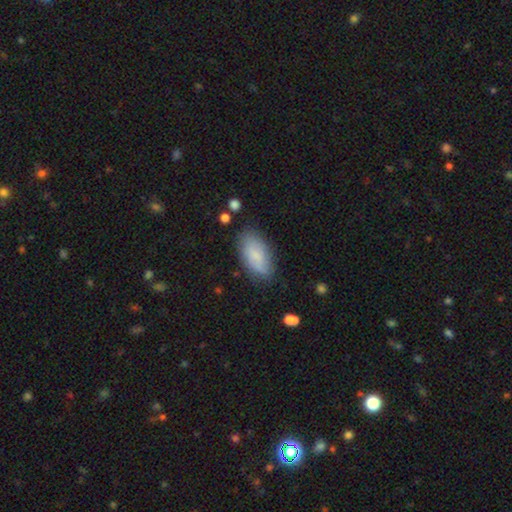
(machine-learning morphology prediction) Smooth or featured? Predicted: smooth (p=0.78). How rounded? Predicted: in between (p=0.92). Merging? Predicted: none (p=0.74).